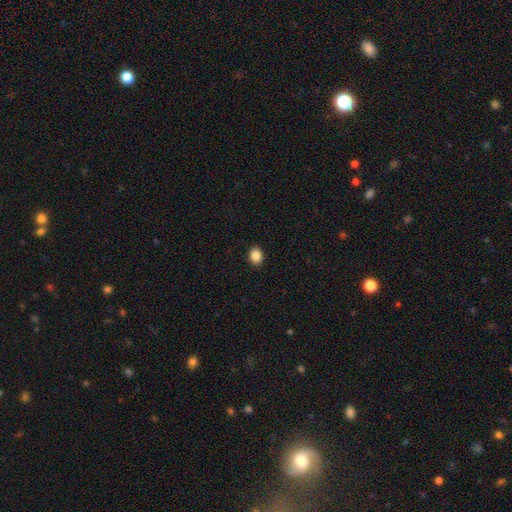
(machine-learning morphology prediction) smooth_or_featured: smooth (p=0.88) [alt: star or artifact p=0.09]
how_rounded: in between (p=0.61) [alt: round p=0.38]
merging: none (p=0.91) [alt: minor disturbance p=0.06]